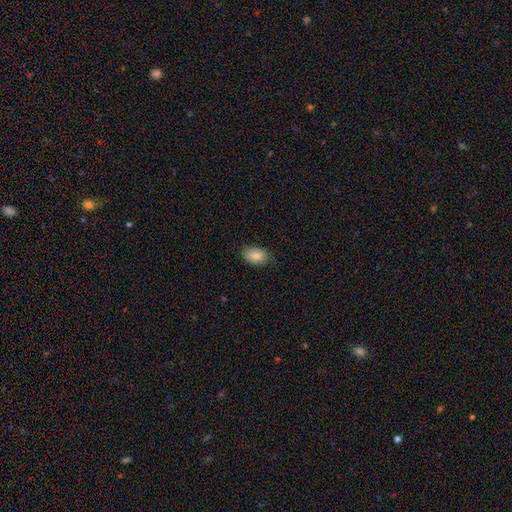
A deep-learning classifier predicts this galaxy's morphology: Smooth or featured: smooth — 85% (featured or disk — 8%)
How rounded: in between — 87% (round — 12%)
Merging: none — 75% (minor disturbance — 20%)